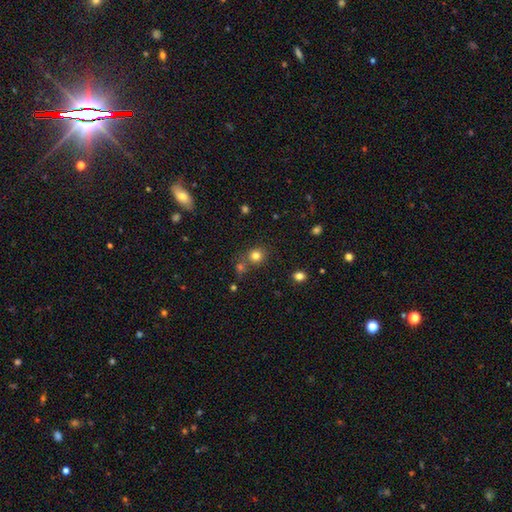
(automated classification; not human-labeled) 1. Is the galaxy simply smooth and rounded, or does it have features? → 78% smooth, 16% star or artifact, 6% featured or disk.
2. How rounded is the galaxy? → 87% round, 12% in between, 1% cigar-shaped.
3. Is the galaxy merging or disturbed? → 70% none, 18% merger, 9% minor disturbance, 3% major disturbance.